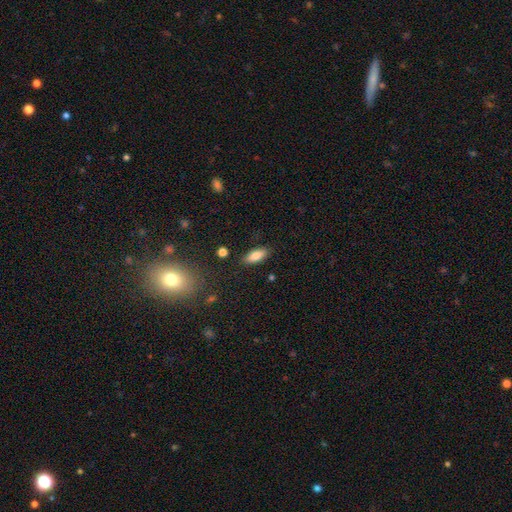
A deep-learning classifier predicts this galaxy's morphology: smooth_or_featured: smooth (p=0.82) [alt: featured or disk p=0.10]
how_rounded: in between (p=0.81) [alt: cigar-shaped p=0.16]
merging: none (p=0.85) [alt: minor disturbance p=0.11]